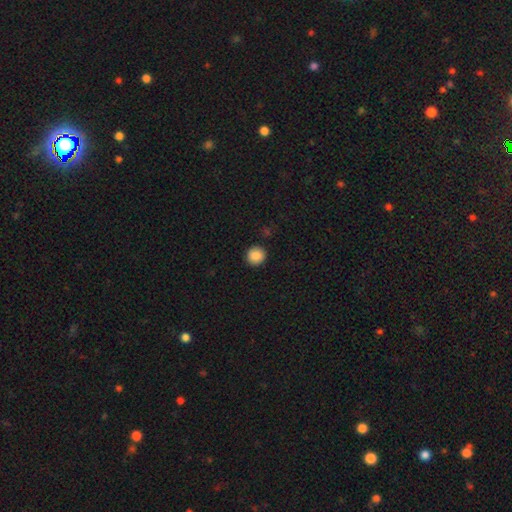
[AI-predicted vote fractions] smooth_or_featured: smooth (p=0.88) [alt: star or artifact p=0.09]
how_rounded: round (p=0.92) [alt: in between p=0.07]
merging: none (p=0.92) [alt: minor disturbance p=0.05]